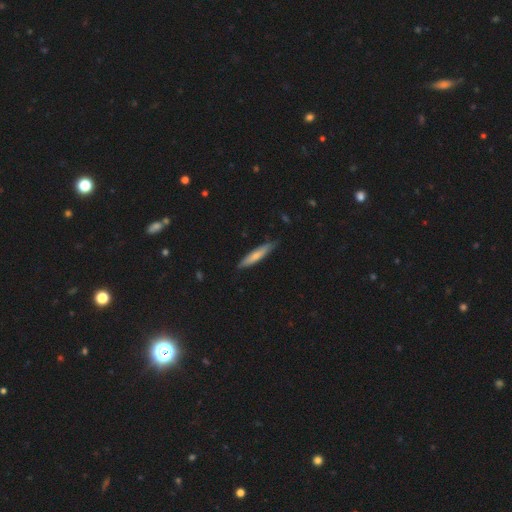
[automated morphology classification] Smooth or featured? Predicted: smooth (p=0.68). How rounded? Predicted: cigar-shaped (p=0.88). Merging? Predicted: none (p=0.82).